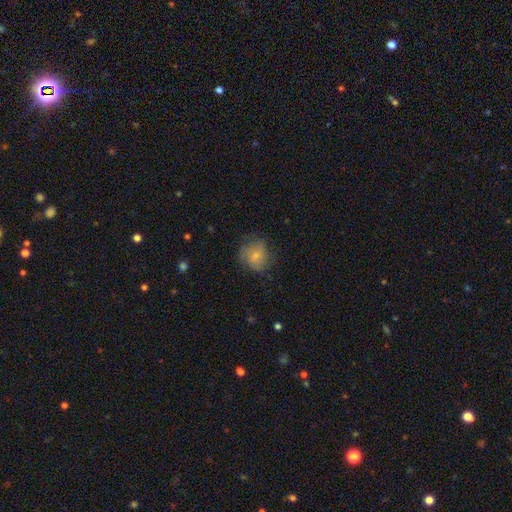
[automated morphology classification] Smooth or featured? smooth (67%)
How rounded? round (80%)
Merging? none (65%)